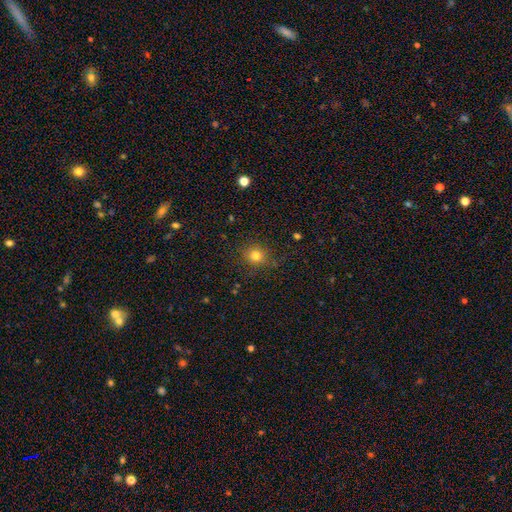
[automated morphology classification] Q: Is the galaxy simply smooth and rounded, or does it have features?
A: smooth — 78%.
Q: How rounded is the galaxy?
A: round — 85%.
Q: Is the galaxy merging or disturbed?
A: none — 85%.